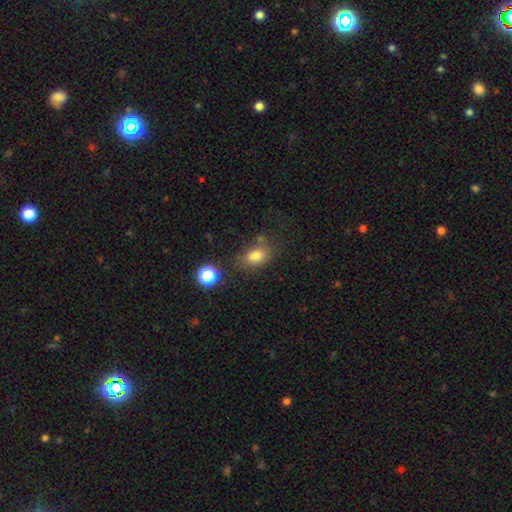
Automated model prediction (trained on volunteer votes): Smooth or featured? Predicted: smooth (p=0.78). How rounded? Predicted: in between (p=0.76). Merging? Predicted: none (p=0.57).